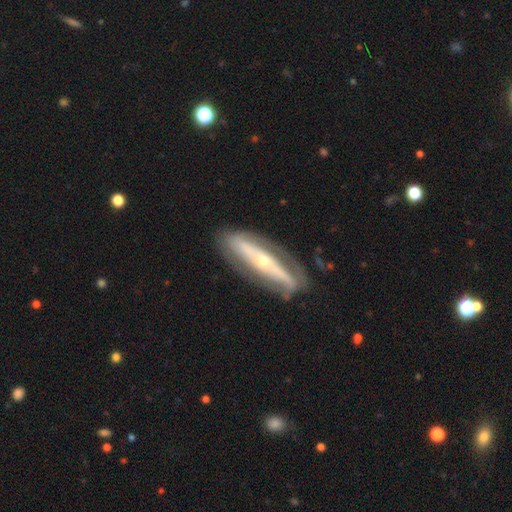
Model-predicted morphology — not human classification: smooth_or_featured: featured or disk (p=0.79) [alt: smooth p=0.16]
disk_edge_on: no (p=0.60) [alt: yes p=0.40]
merging: none (p=0.75) [alt: minor disturbance p=0.16]